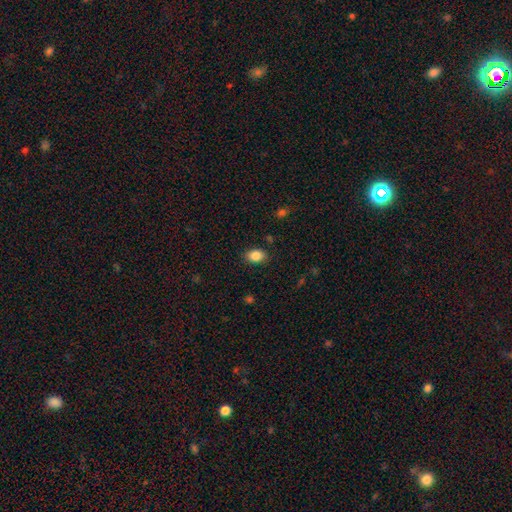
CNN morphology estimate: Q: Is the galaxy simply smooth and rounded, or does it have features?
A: smooth — 85%.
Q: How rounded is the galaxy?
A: in between — 77%.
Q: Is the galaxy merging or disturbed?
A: none — 85%.